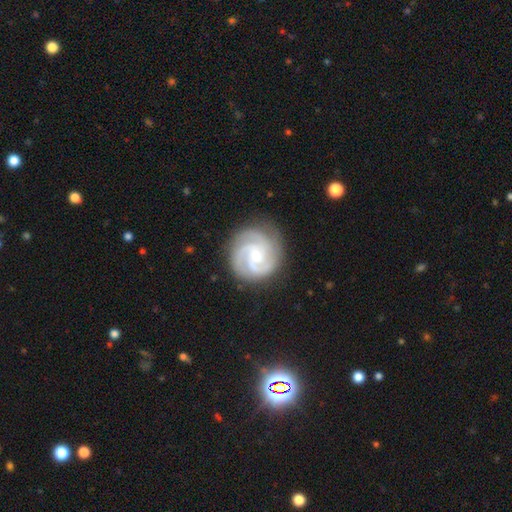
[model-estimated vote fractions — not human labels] Smooth or featured? Predicted: featured or disk (p=0.90). Edge-on disk? Predicted: no (p=0.98). Bar? Predicted: no (p=0.62). Spiral arms? Predicted: yes (p=0.98). Spiral winding? Predicted: tight (p=0.62). Spiral arm count? Predicted: 3 (p=0.64). Bulge size? Predicted: small (p=0.64). Merging? Predicted: none (p=0.83).